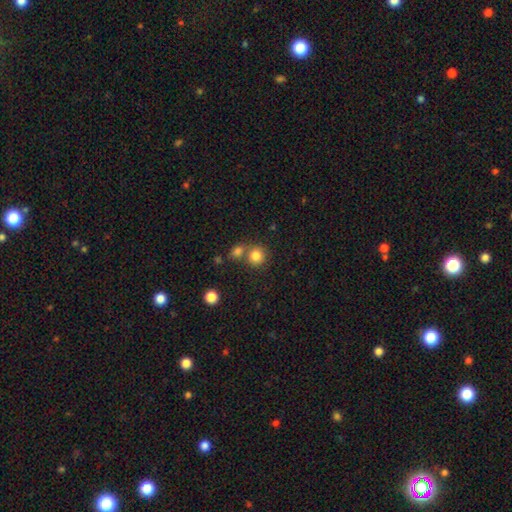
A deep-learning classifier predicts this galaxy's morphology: Q: Smooth or featured?
A: smooth (82%); runner-up: star or artifact (11%)
Q: How rounded?
A: round (89%); runner-up: in between (10%)
Q: Merging?
A: none (59%); runner-up: merger (31%)